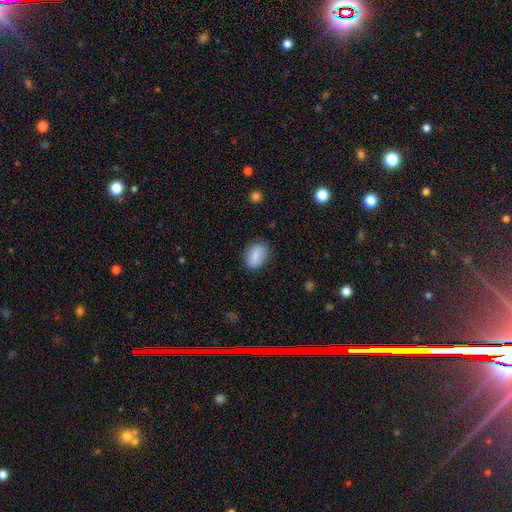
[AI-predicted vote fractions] This appears to be a smooth galaxy with no disk features (79%) that is in between round and cigar-shaped (79%). Merging: none (82%).